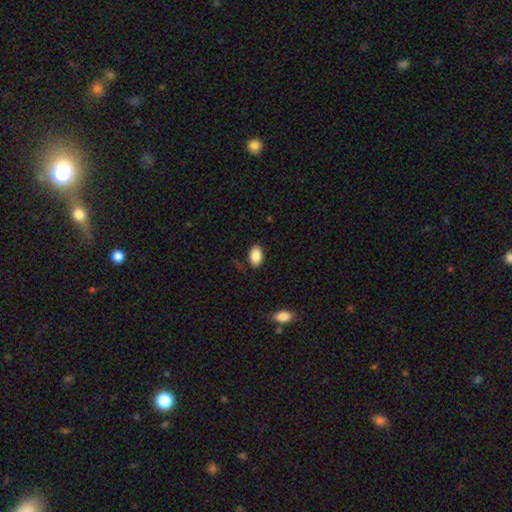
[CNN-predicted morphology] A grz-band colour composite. It shows a smooth galaxy with no disk features (88%) that is in between round and cigar-shaped (89%). Merging: none (83%).